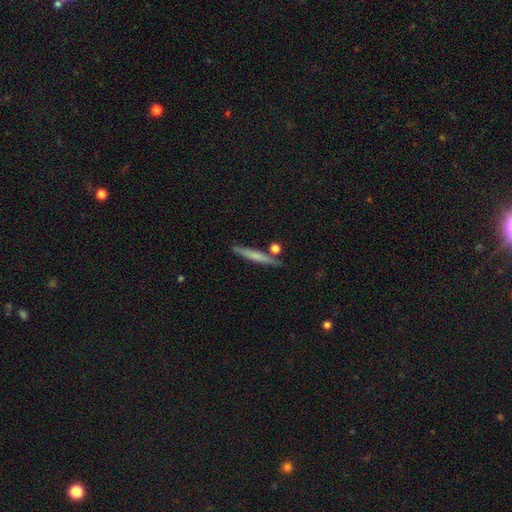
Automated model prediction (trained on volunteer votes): smooth 59%, featured or disk 35%, star or artifact 6%. Down the decision tree: how rounded — cigar-shaped (94%); merging — none (81%).